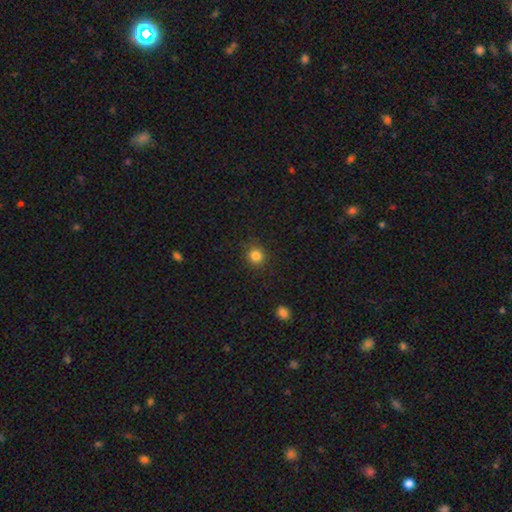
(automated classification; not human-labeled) smooth_or_featured: smooth (p=0.83) [alt: star or artifact p=0.12]
how_rounded: round (p=0.91) [alt: in between p=0.08]
merging: none (p=0.89) [alt: minor disturbance p=0.07]